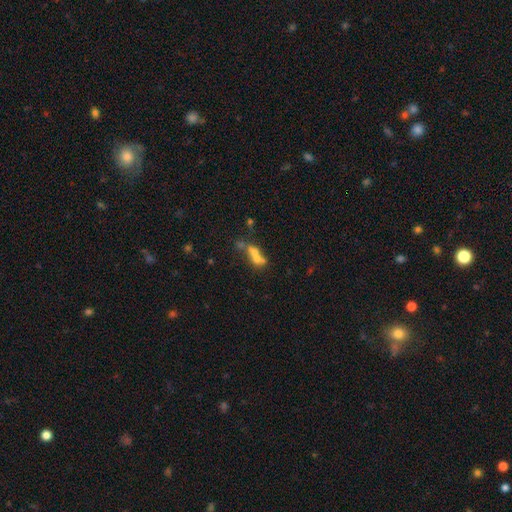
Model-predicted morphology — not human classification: Smooth or featured: smooth — 50% (featured or disk — 33%)
How rounded: in between — 45% (tied with round — 45%)
Merging: merger — 59% (none — 26%)